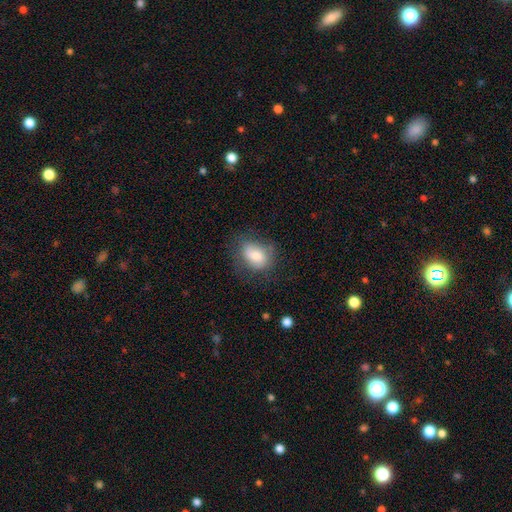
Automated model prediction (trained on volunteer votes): smooth 76%, featured or disk 16%, star or artifact 8%. Down the decision tree: how rounded — in between (65%); merging — none (67%).